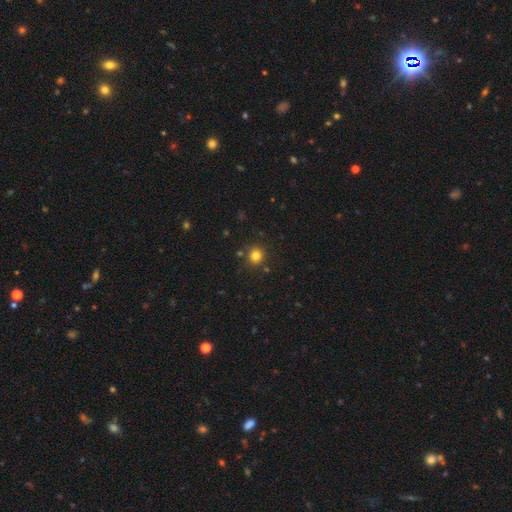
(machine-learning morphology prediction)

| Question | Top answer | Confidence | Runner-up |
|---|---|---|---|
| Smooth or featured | smooth | 80% | star or artifact (14%) |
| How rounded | round | 89% | in between (10%) |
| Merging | none | 85% | minor disturbance (8%) |